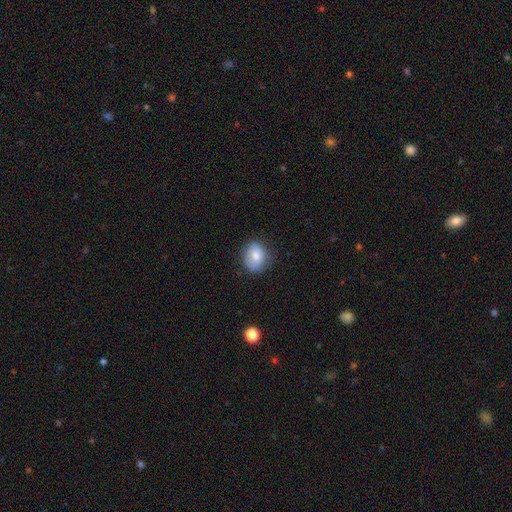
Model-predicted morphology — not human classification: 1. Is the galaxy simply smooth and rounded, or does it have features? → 79% smooth, 14% featured or disk, 8% star or artifact.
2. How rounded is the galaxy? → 55% round, 44% in between, 1% cigar-shaped.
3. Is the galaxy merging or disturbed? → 73% none, 21% minor disturbance, 5% major disturbance, 1% merger.